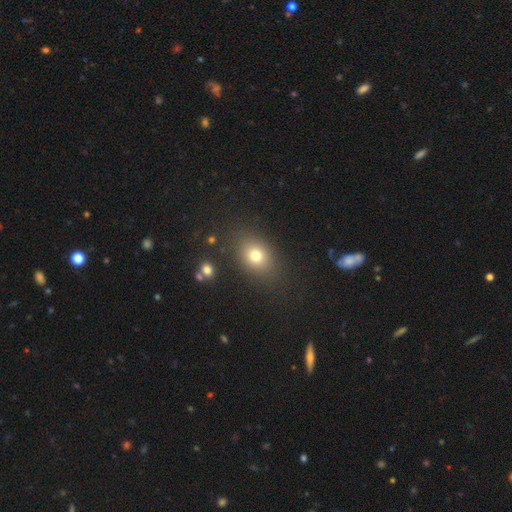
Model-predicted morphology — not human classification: Q: Smooth or featured?
A: smooth (76%); runner-up: star or artifact (14%)
Q: How rounded?
A: in between (58%); runner-up: round (41%)
Q: Merging?
A: none (82%); runner-up: minor disturbance (11%)